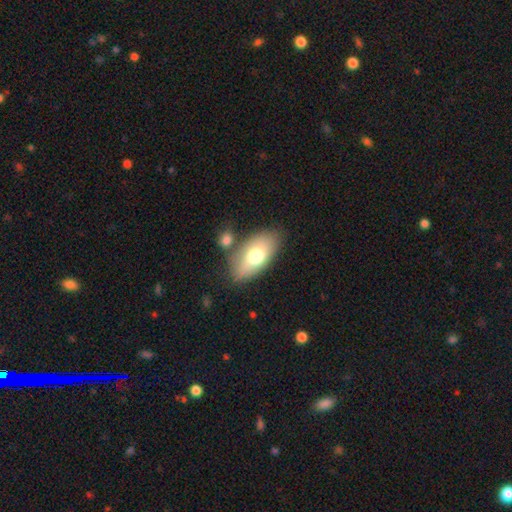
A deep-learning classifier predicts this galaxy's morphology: smooth_or_featured: smooth (p=0.69) [alt: featured or disk p=0.23]
how_rounded: in between (p=0.91) [alt: round p=0.05]
merging: none (p=0.69) [alt: minor disturbance p=0.15]